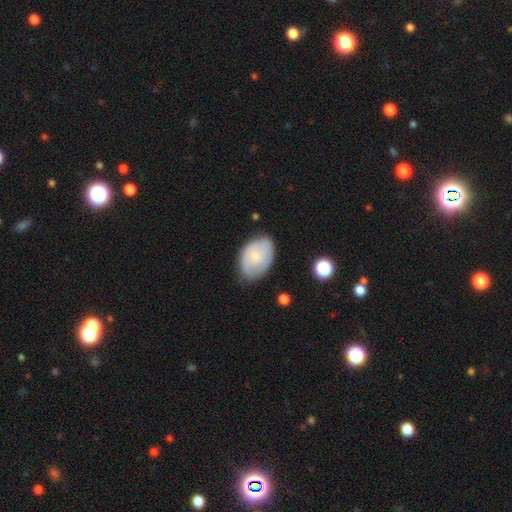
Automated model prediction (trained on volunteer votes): smooth_or_featured: smooth (p=0.57) [alt: featured or disk p=0.36]
how_rounded: in between (p=0.84) [alt: round p=0.15]
merging: none (p=0.66) [alt: minor disturbance p=0.26]